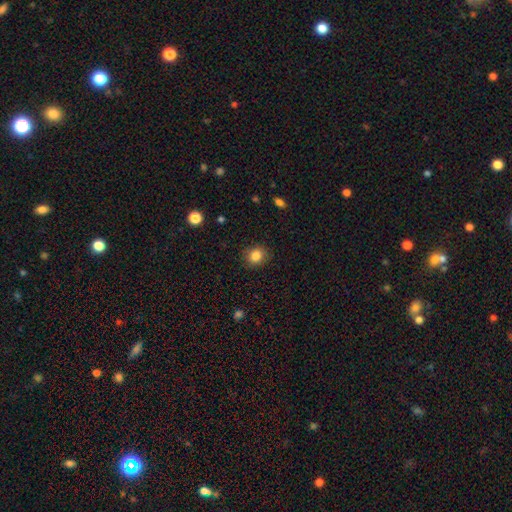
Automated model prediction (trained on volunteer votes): A smooth galaxy with no disk features (84%) that is round (75%).

Vote fractions:
- Smooth or featured? smooth: 84% / star or artifact: 11% / featured or disk: 6%
- How rounded? round: 75% / in between: 24% / cigar-shaped: 1%
- Merging? none: 89% / minor disturbance: 8% / major disturbance: 2% / merger: 1%